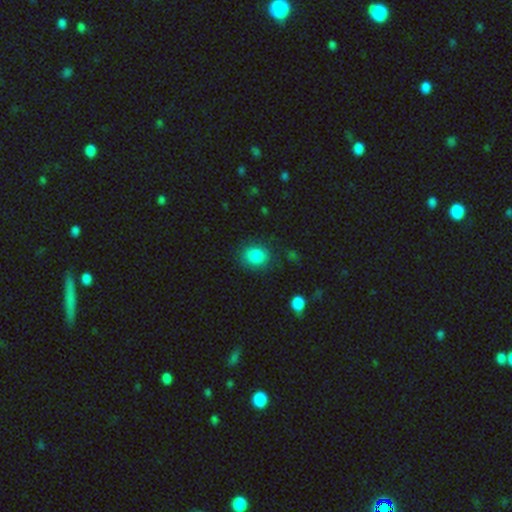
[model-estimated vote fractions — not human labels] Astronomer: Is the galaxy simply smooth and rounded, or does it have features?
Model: smooth — 86%.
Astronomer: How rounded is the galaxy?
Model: round — 65%.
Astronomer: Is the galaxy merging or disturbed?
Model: none — 81%.